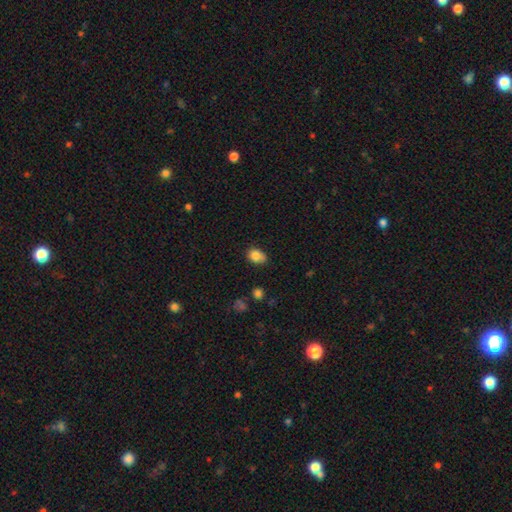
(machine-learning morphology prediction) Q: Smooth or featured?
A: smooth (83%); runner-up: star or artifact (10%)
Q: How rounded?
A: in between (64%); runner-up: round (35%)
Q: Merging?
A: none (69%); runner-up: minor disturbance (25%)